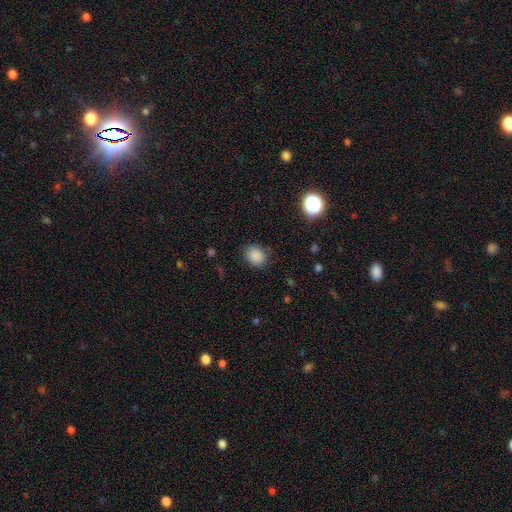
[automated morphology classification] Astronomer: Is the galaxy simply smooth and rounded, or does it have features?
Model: smooth — 86%.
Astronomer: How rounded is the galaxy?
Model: round — 62% (runner-up: in between, 37%).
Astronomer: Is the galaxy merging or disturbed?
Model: none — 84%.